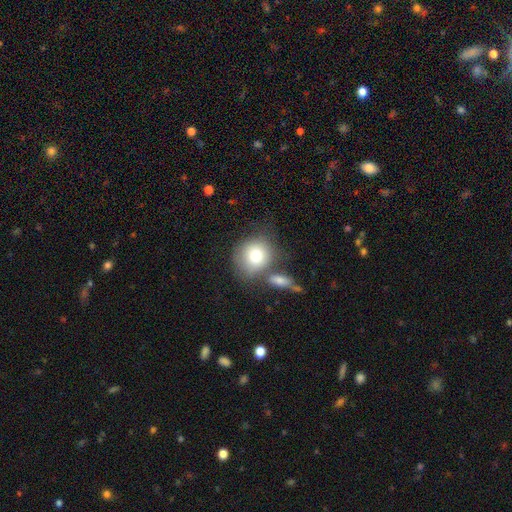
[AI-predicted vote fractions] The model was most divided on "merging": none: 53%, merger: 24%, minor disturbance: 15%, major disturbance: 7%. More confident: how rounded — round (84%); smooth or featured — smooth (75%).